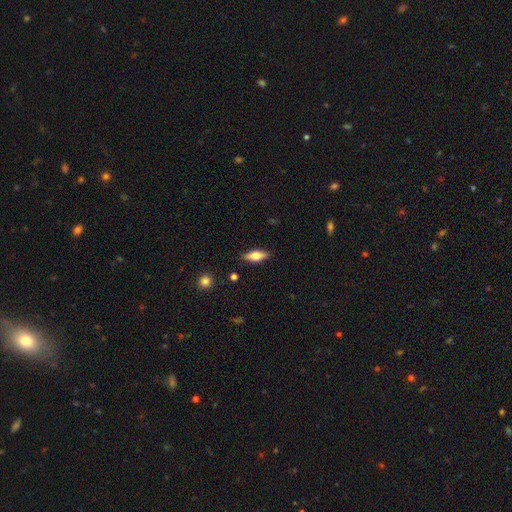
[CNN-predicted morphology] This is possibly a smooth galaxy (58%). How rounded: likely in between (64%). Merging: clearly none (87%).